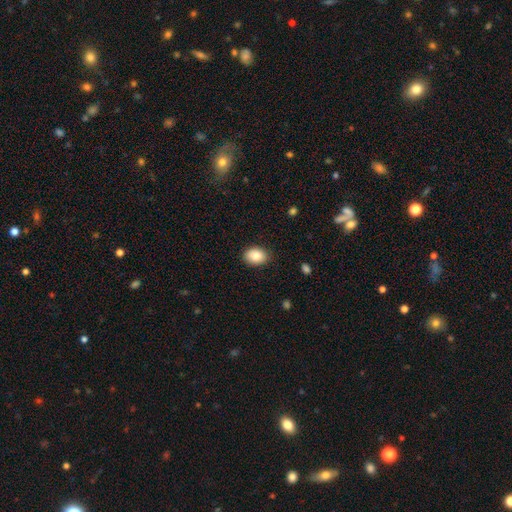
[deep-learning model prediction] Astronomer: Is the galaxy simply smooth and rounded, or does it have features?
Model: smooth — 87%.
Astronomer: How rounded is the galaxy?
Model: in between — 72%.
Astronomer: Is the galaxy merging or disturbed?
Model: none — 87%.